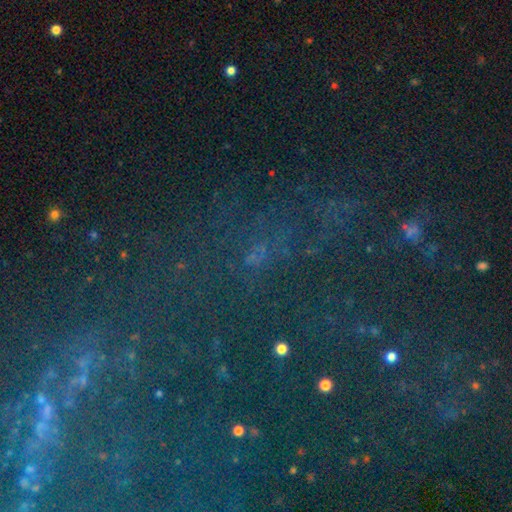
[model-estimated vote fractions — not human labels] smooth_or_featured: star or artifact (p=0.68) [alt: smooth p=0.21]